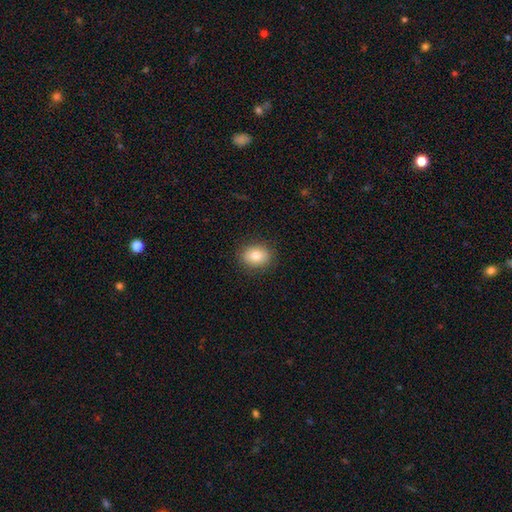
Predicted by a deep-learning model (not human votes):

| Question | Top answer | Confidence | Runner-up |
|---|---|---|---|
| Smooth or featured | smooth | 81% | featured or disk (10%) |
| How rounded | in between | 52% | round (47%) |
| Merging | none | 88% | minor disturbance (8%) |